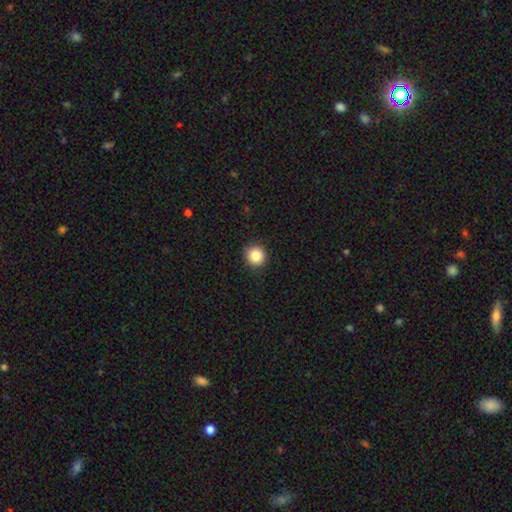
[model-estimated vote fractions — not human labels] Smooth or featured? Predicted: smooth (p=0.86). How rounded? Predicted: round (p=0.94). Merging? Predicted: none (p=0.91).